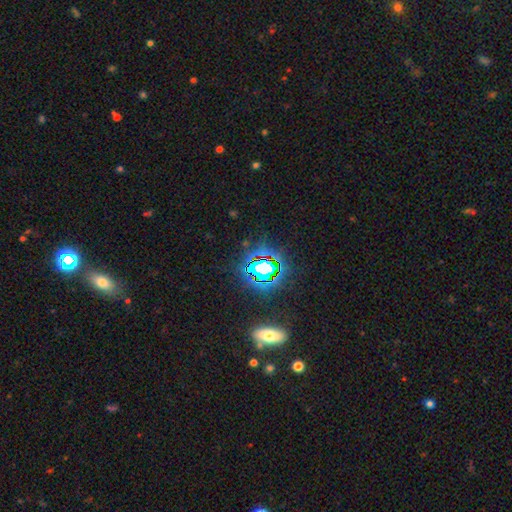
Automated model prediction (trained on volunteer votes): Smooth or featured? Predicted: star or artifact (p=0.72).